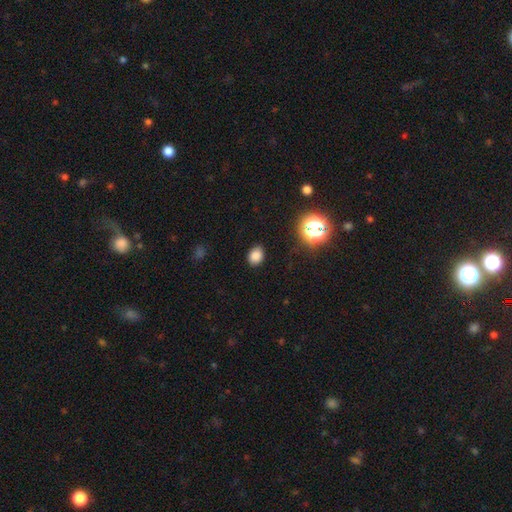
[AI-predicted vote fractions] Smooth or featured: smooth — 82% (star or artifact — 14%)
How rounded: in between — 56% (round — 43%)
Merging: none — 87% (minor disturbance — 10%)